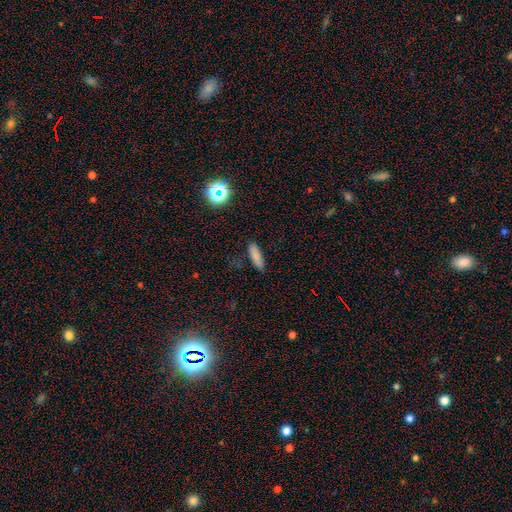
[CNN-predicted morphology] Overall: smooth (81%). How rounded: cigar-shaped (59%; in between 39%). Merging: none (83%).